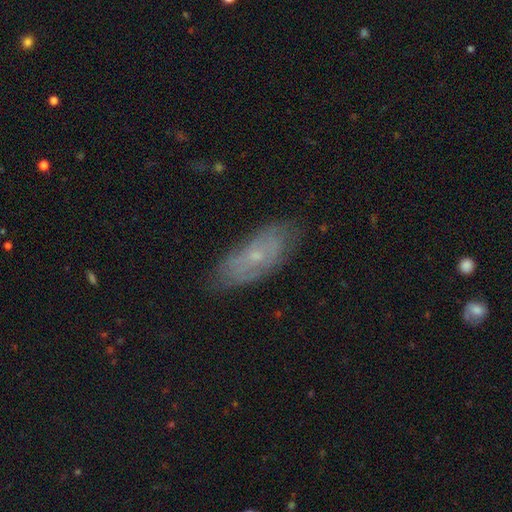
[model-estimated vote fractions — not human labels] featured or disk 51%, smooth 38%, star or artifact 11%. Down the decision tree: edge-on disk — no (82%); merging — none (75%).